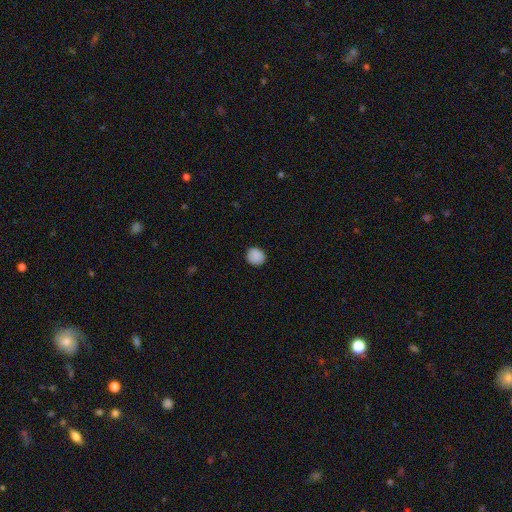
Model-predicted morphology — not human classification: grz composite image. It shows a smooth galaxy with no disk features (88%) that is round (83%). Merging: none (88%).